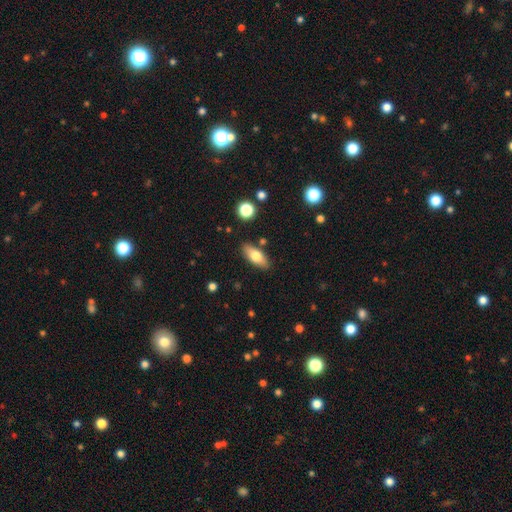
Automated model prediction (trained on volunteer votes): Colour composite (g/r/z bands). It shows a smooth galaxy with no disk features (73%) that is in between round and cigar-shaped (81%). Merging: none (84%).